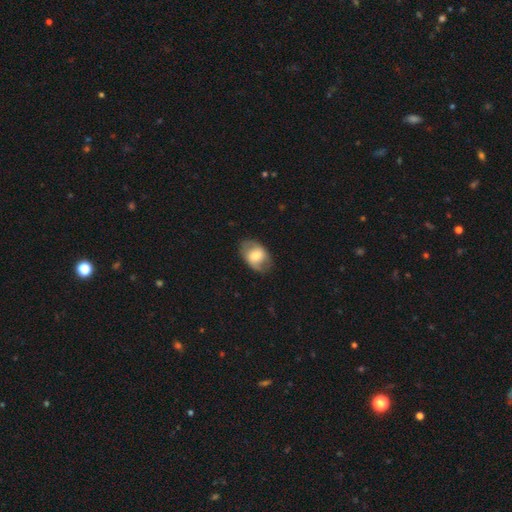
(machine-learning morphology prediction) type=smooth (55%); roundness=in between (83%); merging=none (76%).